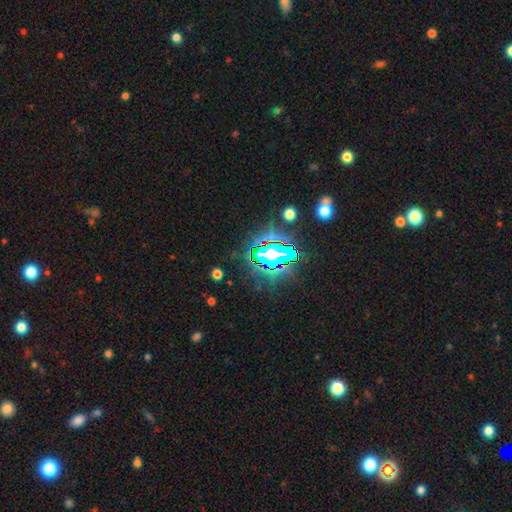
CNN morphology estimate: Overall: star or artifact (77%).